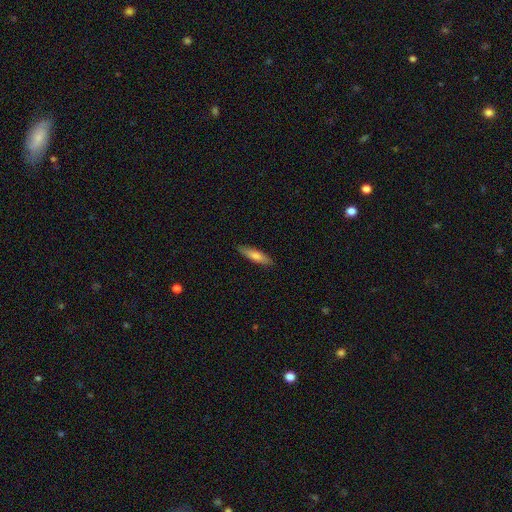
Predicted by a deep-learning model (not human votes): Q: Smooth or featured?
A: smooth (70%); runner-up: featured or disk (24%)
Q: How rounded?
A: cigar-shaped (74%); runner-up: in between (25%)
Q: Merging?
A: none (88%); runner-up: minor disturbance (9%)